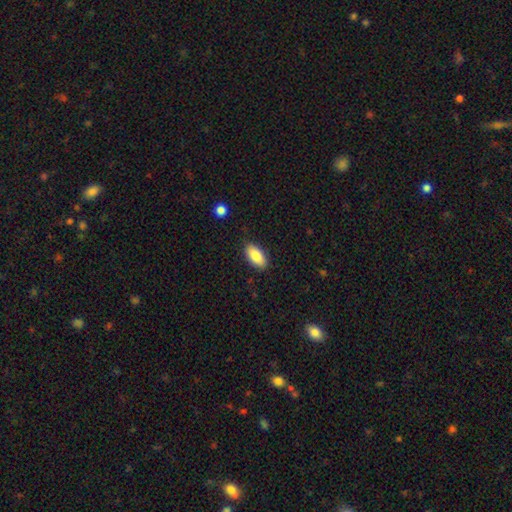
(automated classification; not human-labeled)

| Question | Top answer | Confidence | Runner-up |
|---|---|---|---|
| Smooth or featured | smooth | 86% | featured or disk (7%) |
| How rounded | in between | 91% | cigar-shaped (6%) |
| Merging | none | 88% | minor disturbance (9%) |